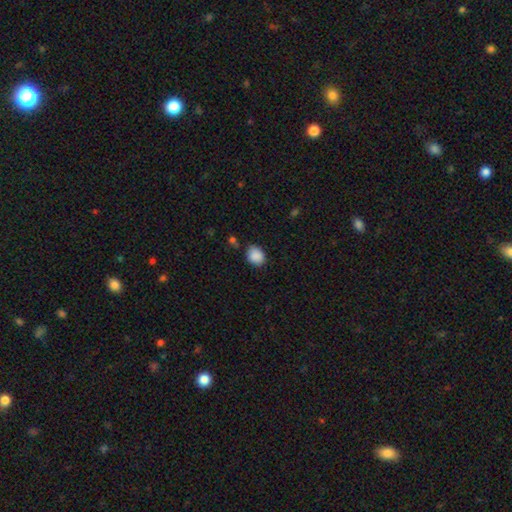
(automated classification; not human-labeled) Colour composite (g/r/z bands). It shows a smooth galaxy with no disk features (89%) that is round (54%). Merging: none (76%).